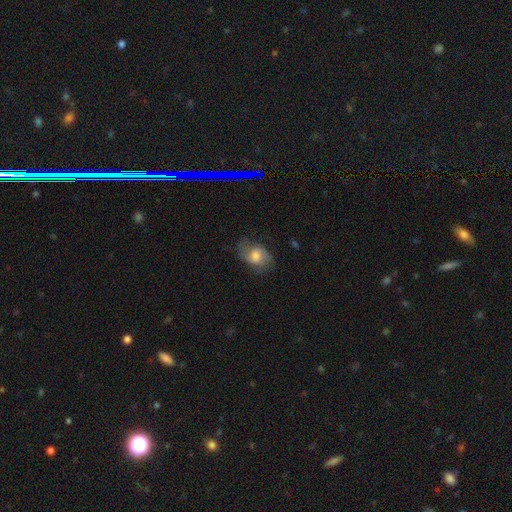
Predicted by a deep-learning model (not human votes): This is possibly a smooth galaxy (51%). How rounded: likely in between (69%). Merging: likely none (60%).